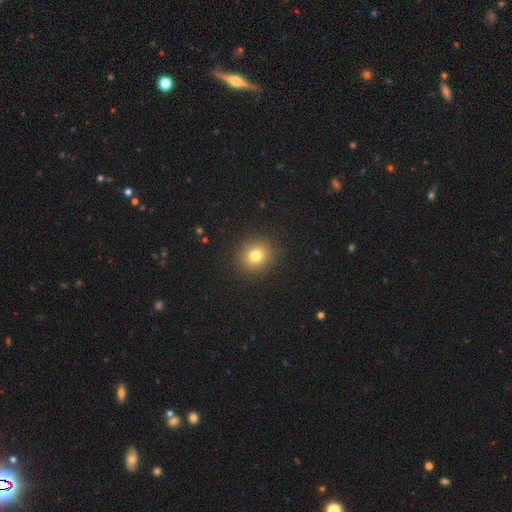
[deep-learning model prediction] Smooth or featured: smooth — 78% (star or artifact — 14%)
How rounded: round — 81% (in between — 18%)
Merging: none — 90% (minor disturbance — 6%)